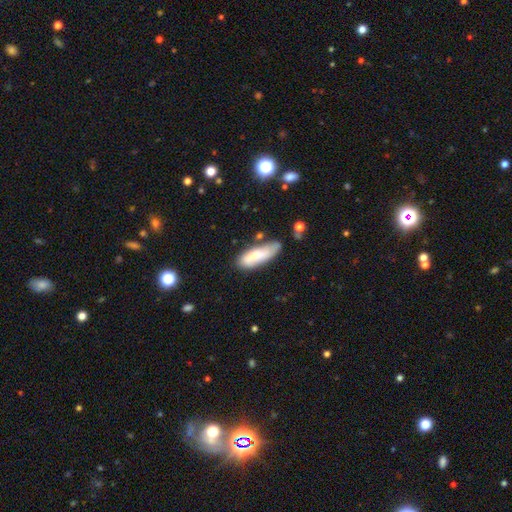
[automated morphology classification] smooth-or-featured: smooth: 75% | featured or disk: 19% | star or artifact: 7%
  how-rounded: in between: 58% | cigar-shaped: 40% | round: 2%
  merging: none: 55% | minor disturbance: 29% | major disturbance: 9% | merger: 7%